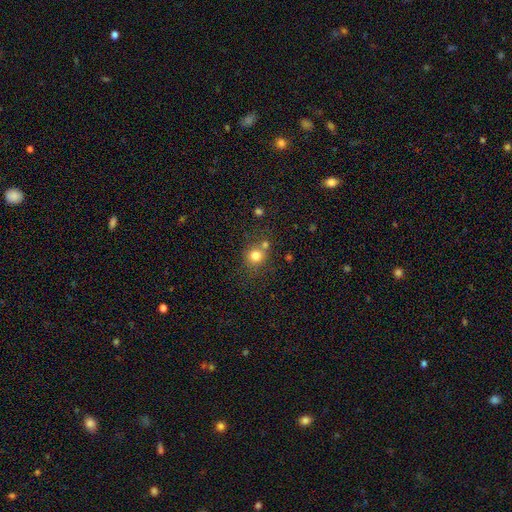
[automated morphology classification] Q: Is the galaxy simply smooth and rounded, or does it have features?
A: smooth — 79%.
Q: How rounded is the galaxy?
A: round — 86%.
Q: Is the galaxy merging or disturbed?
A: none — 63%.